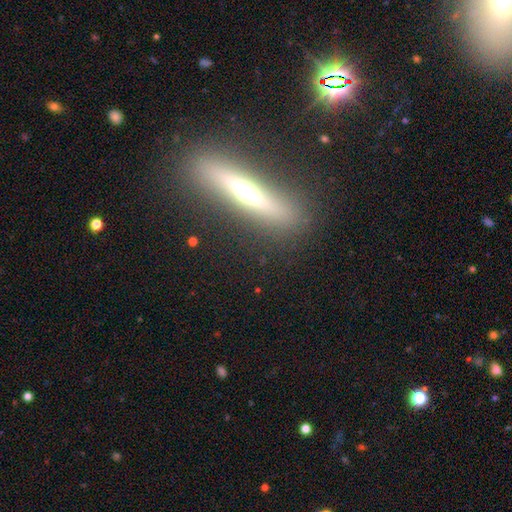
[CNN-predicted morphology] A featured or disk galaxy (60%) viewed edge-on (90%) with a rounded central bulge (86%).

Vote fractions:
- Smooth or featured? featured or disk: 60% / smooth: 30% / star or artifact: 10%
- Edge-on disk? yes: 90% / no: 10%
- Edge-on bulge? rounded: 86% / none: 10% / boxy: 4%
- Merging? none: 85% / minor disturbance: 9% / major disturbance: 3% / merger: 2%